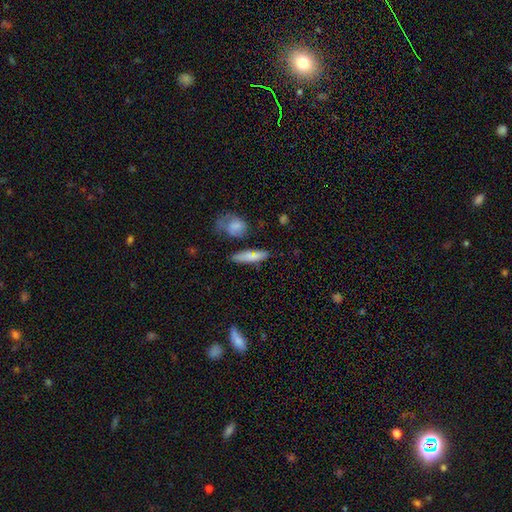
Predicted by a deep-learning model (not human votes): The model was most divided on "how rounded": cigar-shaped: 65%, in between: 31%, round: 4%. More confident: smooth or featured — smooth (74%); merging — none (71%).